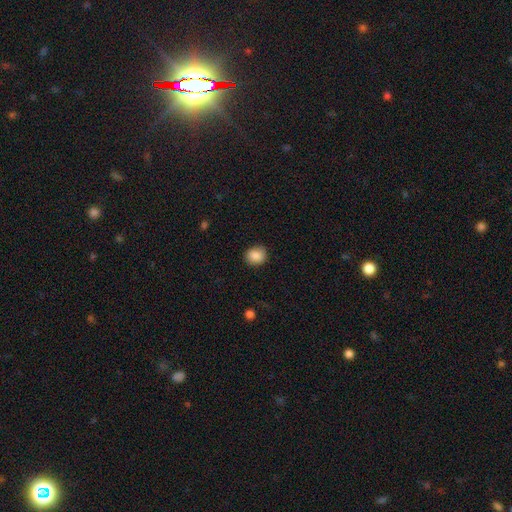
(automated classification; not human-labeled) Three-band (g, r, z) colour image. It shows a smooth galaxy with no disk features (87%) that is round (78%). Merging: none (87%).